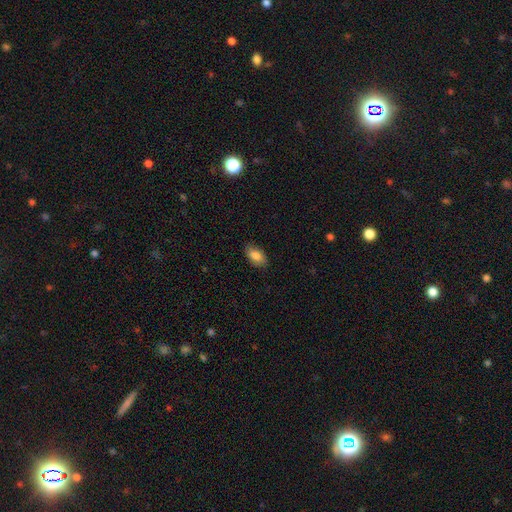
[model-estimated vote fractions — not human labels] smooth 84%, featured or disk 9%, star or artifact 7%. Down the decision tree: how rounded — in between (92%); merging — none (85%).